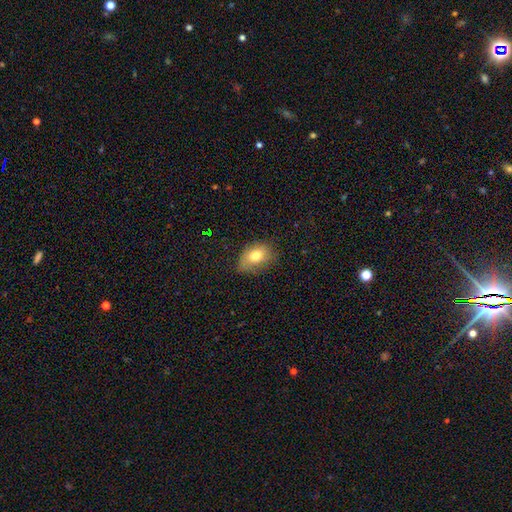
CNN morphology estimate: This appears to be a smooth galaxy with no disk features (75%) that is in between round and cigar-shaped (79%). Merging: none (64%).